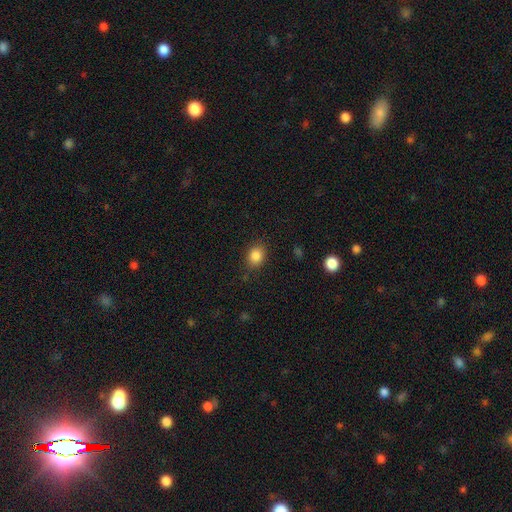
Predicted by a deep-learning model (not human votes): smooth 86%, star or artifact 10%, featured or disk 5%. Down the decision tree: how rounded — in between (50%); merging — none (85%).